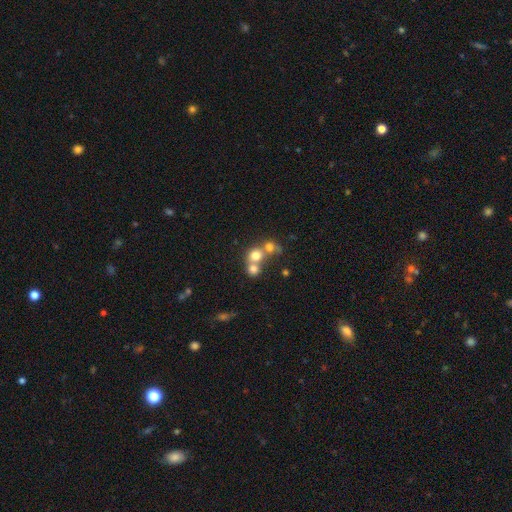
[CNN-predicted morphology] A smooth galaxy with no disk features (71%) that is round (82%). Merging: merger (54%).